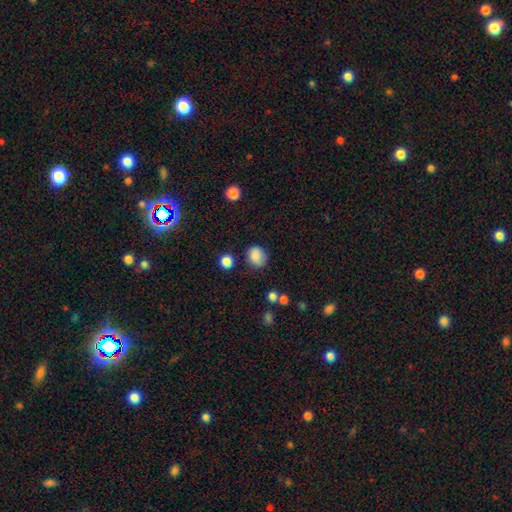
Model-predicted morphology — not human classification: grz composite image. It shows a smooth galaxy with no disk features (84%) that is round (73%). Merging: none (72%).